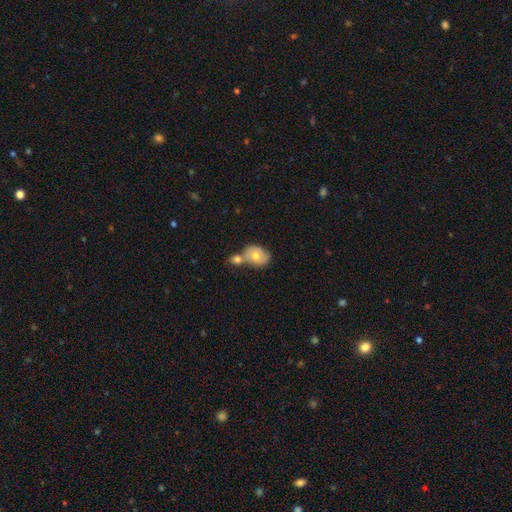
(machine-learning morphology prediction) Smooth or featured? smooth (64%)
How rounded? in between (61%)
Merging? merger (47%)